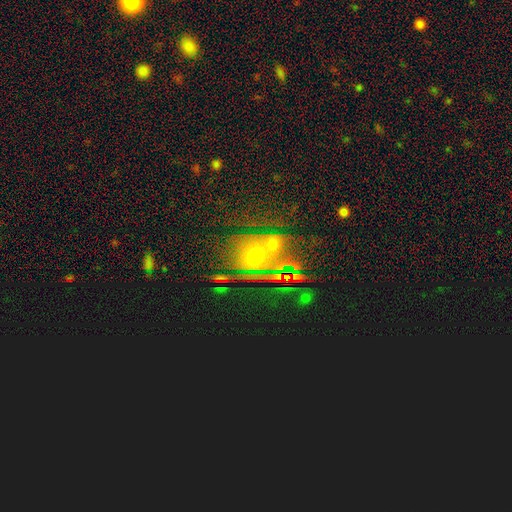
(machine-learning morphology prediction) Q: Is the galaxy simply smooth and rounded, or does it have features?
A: featured or disk — 40%.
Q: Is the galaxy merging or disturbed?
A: none — 41%.